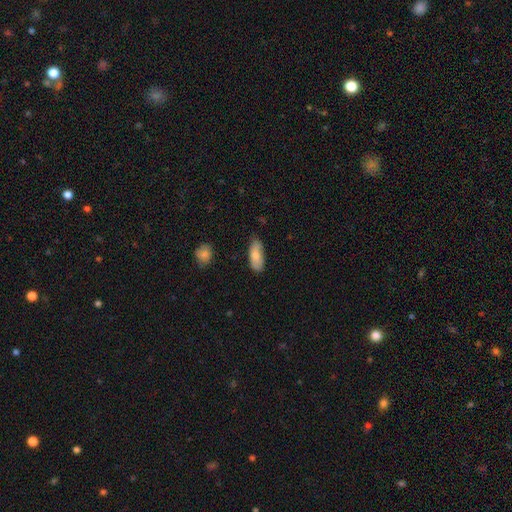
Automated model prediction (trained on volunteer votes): smooth 79%, featured or disk 15%, star or artifact 6%. Down the decision tree: how rounded — in between (81%); merging — none (69%).